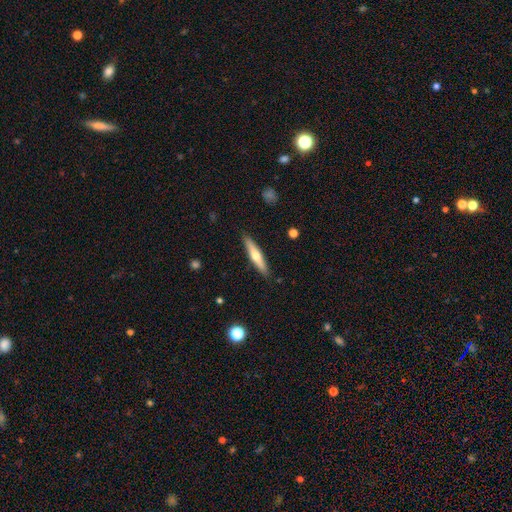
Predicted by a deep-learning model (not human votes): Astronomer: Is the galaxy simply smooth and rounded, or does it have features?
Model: featured or disk — 48% (runner-up: smooth, 46%).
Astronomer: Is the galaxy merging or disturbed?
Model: none — 89%.